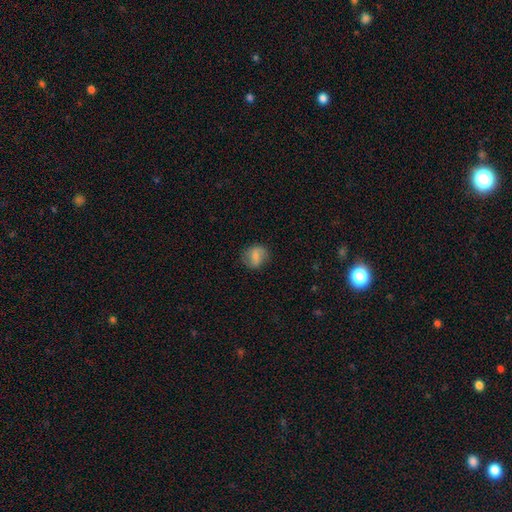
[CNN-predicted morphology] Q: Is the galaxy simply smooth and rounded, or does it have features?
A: smooth — 58%.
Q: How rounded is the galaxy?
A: round — 66%.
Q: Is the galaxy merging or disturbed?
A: none — 76%.